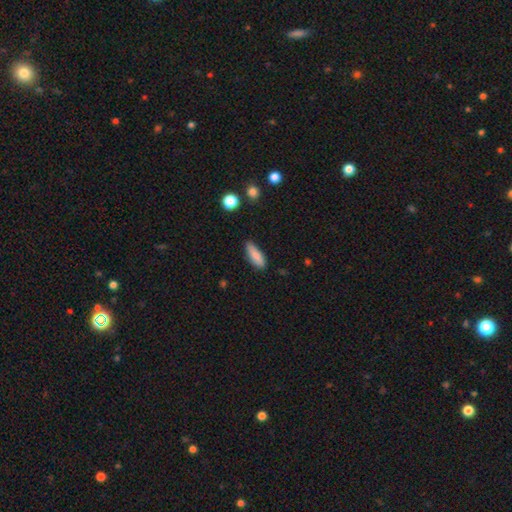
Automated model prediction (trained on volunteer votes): Smooth or featured?
  - smooth: 84% *
  - featured or disk: 9%
  - star or artifact: 7%
How rounded?
  - in between: 56% *
  - cigar-shaped: 42%
  - round: 2%
Merging?
  - none: 81% *
  - minor disturbance: 15%
  - major disturbance: 3%
  - merger: 2%